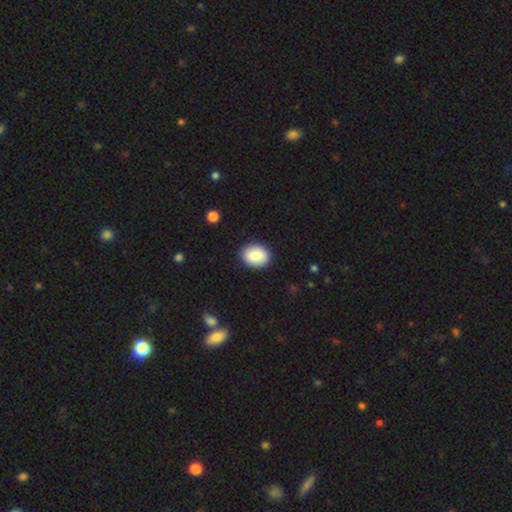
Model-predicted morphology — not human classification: Smooth or featured: smooth — 86% (star or artifact — 7%)
How rounded: in between — 60% (round — 39%)
Merging: none — 88% (minor disturbance — 9%)